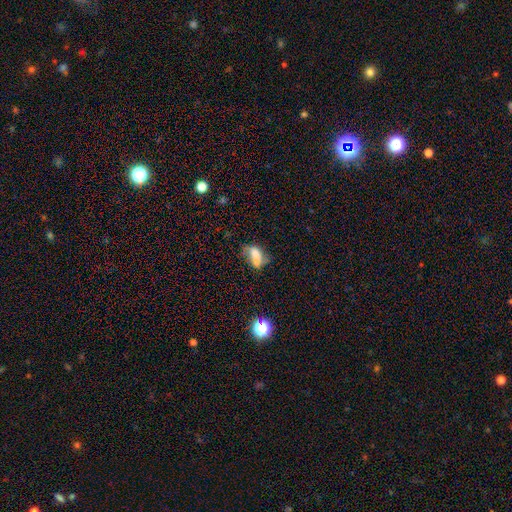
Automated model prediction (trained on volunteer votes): A smooth galaxy with no disk features (56%) that is in between round and cigar-shaped (77%). Merging: none (34%).